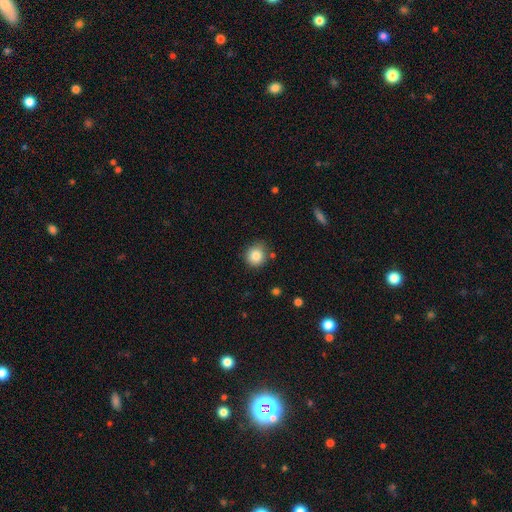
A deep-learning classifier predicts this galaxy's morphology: Smooth or featured? Predicted: smooth (p=0.84). How rounded? Predicted: round (p=0.88). Merging? Predicted: none (p=0.80).